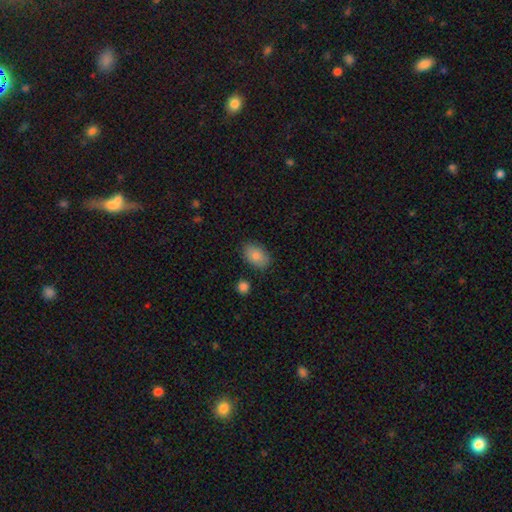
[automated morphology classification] This appears to be a smooth galaxy with no disk features (84%) that is in between round and cigar-shaped (89%). Merging: none (85%).